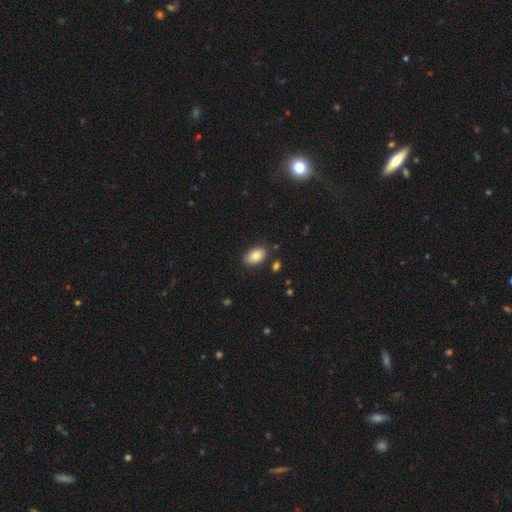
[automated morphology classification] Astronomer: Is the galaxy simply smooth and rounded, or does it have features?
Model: smooth — 83%.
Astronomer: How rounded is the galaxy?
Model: in between — 92%.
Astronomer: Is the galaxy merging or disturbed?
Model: none — 82%.